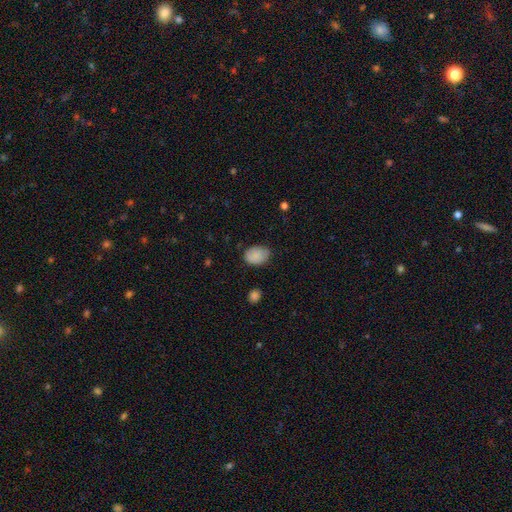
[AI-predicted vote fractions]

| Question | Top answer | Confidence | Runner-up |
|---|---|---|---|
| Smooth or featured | smooth | 88% | star or artifact (7%) |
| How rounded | in between | 74% | round (25%) |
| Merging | none | 74% | minor disturbance (21%) |